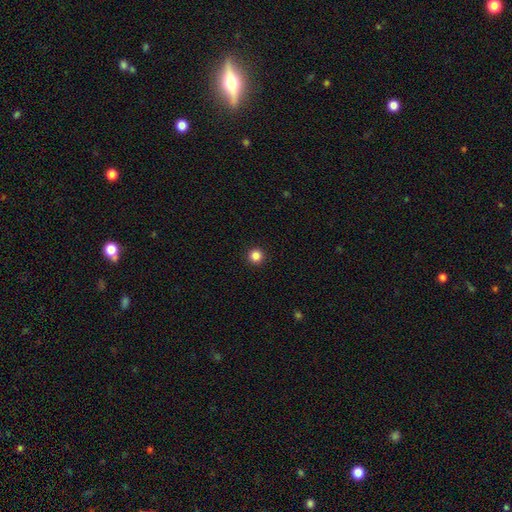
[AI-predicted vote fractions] smooth-or-featured: smooth: 85% | star or artifact: 12% | featured or disk: 3%
  how-rounded: round: 96% | in between: 3% | cigar-shaped: 1%
  merging: none: 94% | minor disturbance: 4% | major disturbance: 1% | merger: 1%